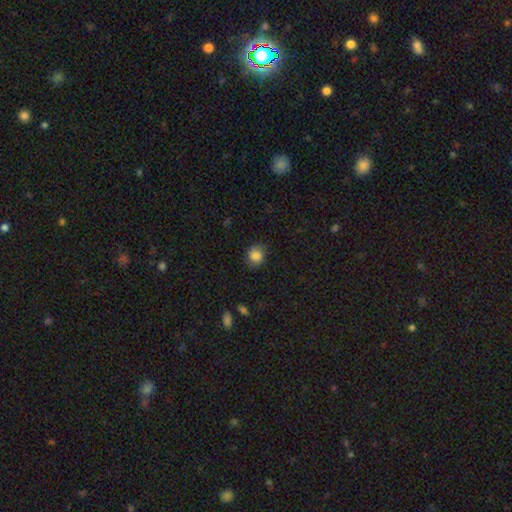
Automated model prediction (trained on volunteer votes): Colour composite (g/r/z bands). It shows a smooth galaxy with no disk features (85%) that is round (77%). Merging: none (77%).